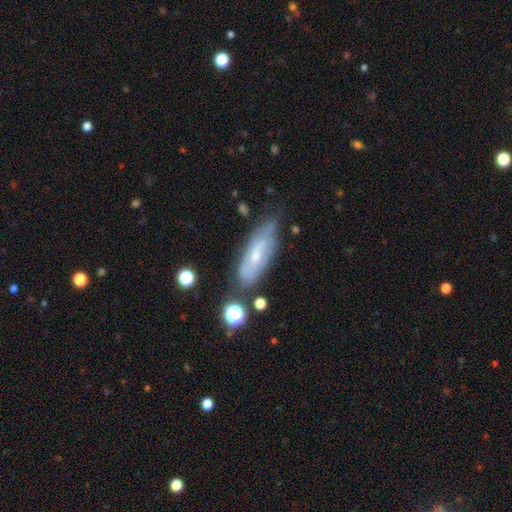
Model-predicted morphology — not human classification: type=featured or disk (54%); edge-on=no (74%); merging=none (67%).